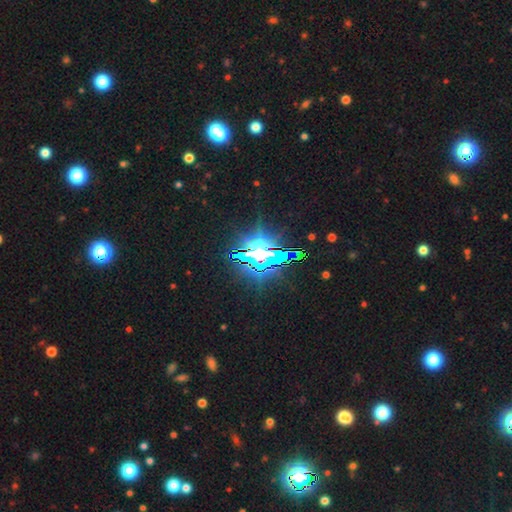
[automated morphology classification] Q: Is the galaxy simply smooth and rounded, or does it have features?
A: star or artifact — 83%.